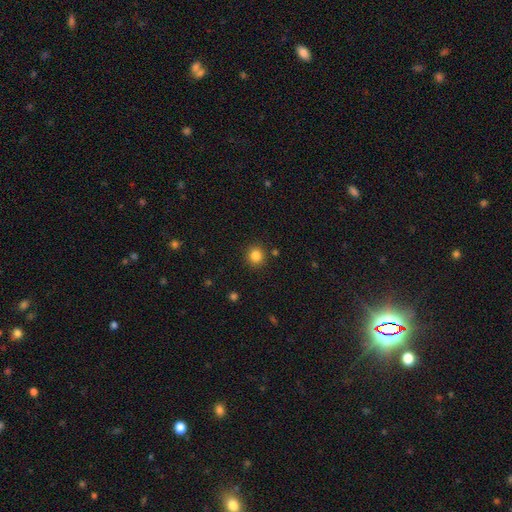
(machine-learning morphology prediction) The model was most divided on "smooth or featured": smooth: 84%, star or artifact: 12%, featured or disk: 4%. More confident: how rounded — round (90%); merging — none (89%).